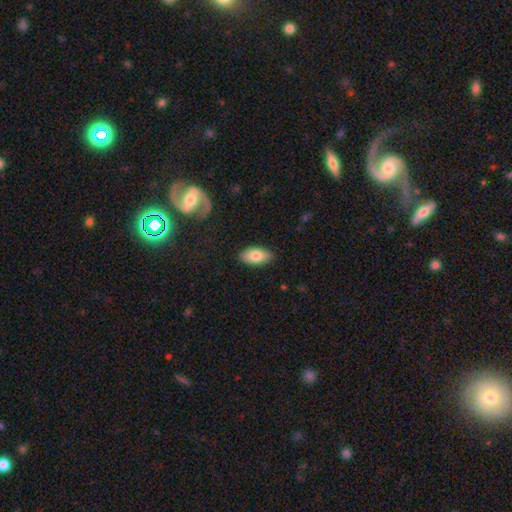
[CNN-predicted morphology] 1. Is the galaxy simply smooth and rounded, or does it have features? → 78% smooth, 15% featured or disk, 6% star or artifact.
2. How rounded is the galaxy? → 93% in between, 4% cigar-shaped, 3% round.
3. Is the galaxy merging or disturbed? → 86% none, 10% minor disturbance, 2% major disturbance, 1% merger.